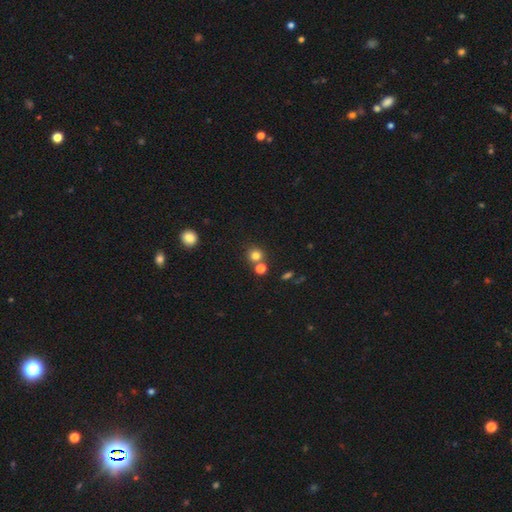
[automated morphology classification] Overall: smooth (78%). How rounded: round (89%). Merging: none (66%).